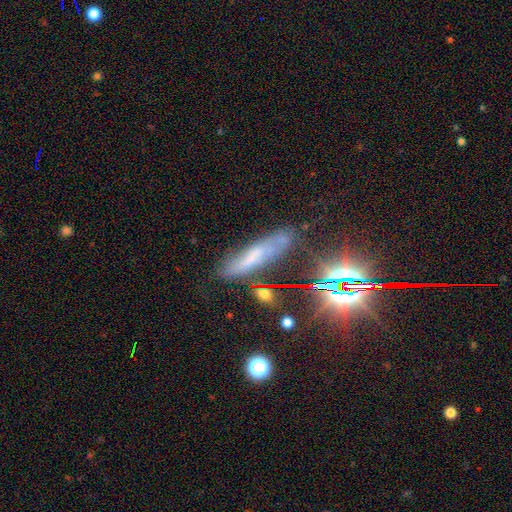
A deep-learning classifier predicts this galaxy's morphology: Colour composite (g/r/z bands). It shows a smooth galaxy with no disk features (38%). Merging: none (66%).